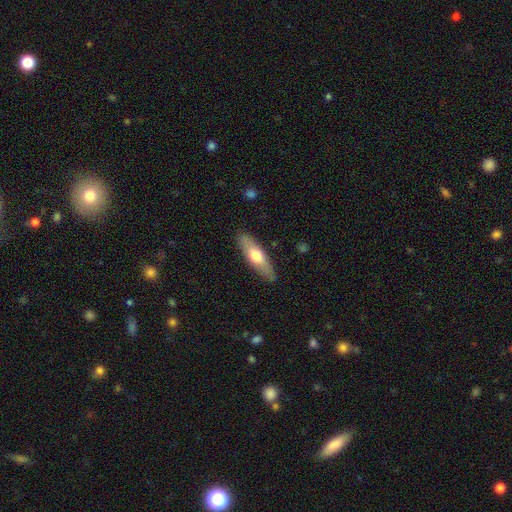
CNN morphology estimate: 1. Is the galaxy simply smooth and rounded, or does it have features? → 58% smooth, 37% featured or disk, 5% star or artifact.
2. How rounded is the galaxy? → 53% cigar-shaped, 44% in between, 2% round.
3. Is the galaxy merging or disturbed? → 85% none, 12% minor disturbance, 2% major disturbance, 1% merger.